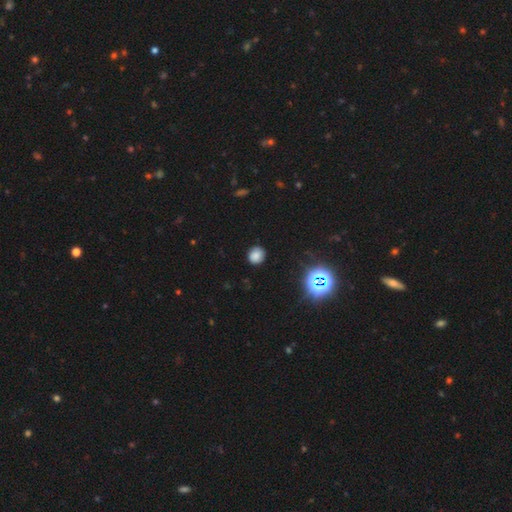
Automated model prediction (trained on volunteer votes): smooth-or-featured: smooth: 78% | star or artifact: 16% | featured or disk: 6%
  how-rounded: round: 80% | in between: 19% | cigar-shaped: 1%
  merging: none: 85% | minor disturbance: 11% | major disturbance: 3% | merger: 1%